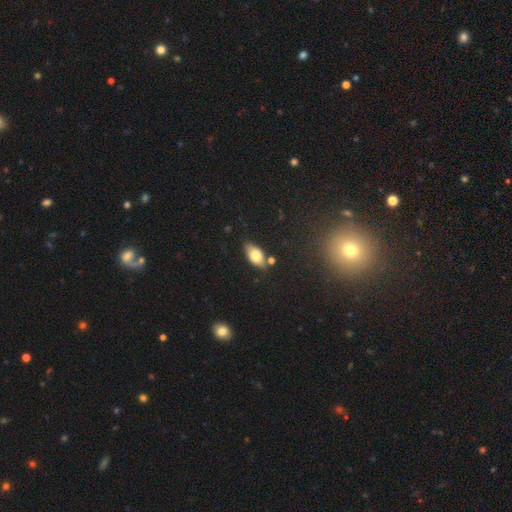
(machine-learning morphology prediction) This is likely a smooth galaxy (75%). How rounded: clearly in between (90%). Merging: likely none (75%).